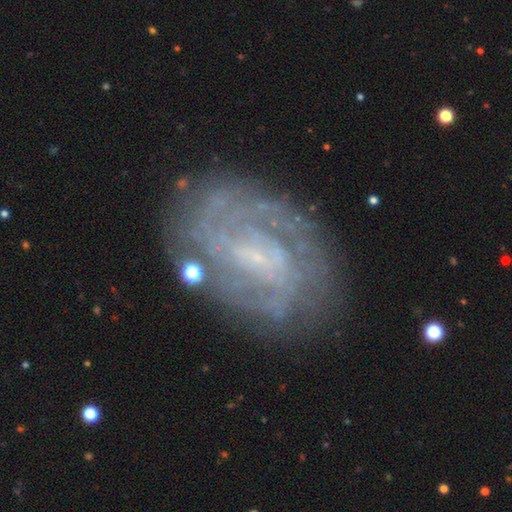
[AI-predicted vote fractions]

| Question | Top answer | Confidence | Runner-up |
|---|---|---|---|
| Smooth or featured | featured or disk | 80% | smooth (12%) |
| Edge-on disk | no | 97% | yes (3%) |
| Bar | weak | 49% | no (34%) |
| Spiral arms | yes | 85% | no (15%) |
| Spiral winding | tight | 59% | medium (30%) |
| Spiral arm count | can't tell | 45% | 2 (28%) |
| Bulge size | small | 59% | none (26%) |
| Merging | none | 75% | minor disturbance (16%) |